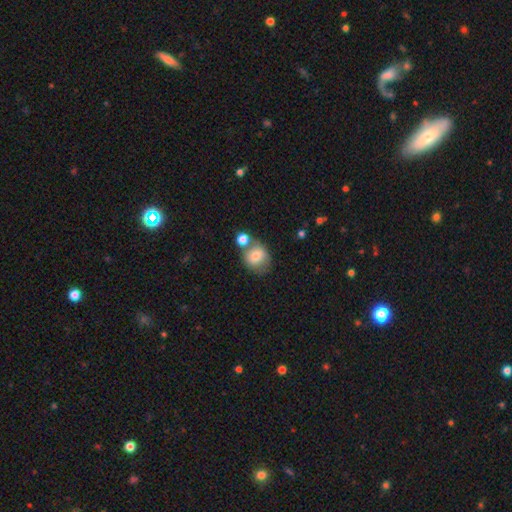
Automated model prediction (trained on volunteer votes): Smooth or featured? Predicted: smooth (p=0.74). How rounded? Predicted: round (p=0.76). Merging? Predicted: none (p=0.48).